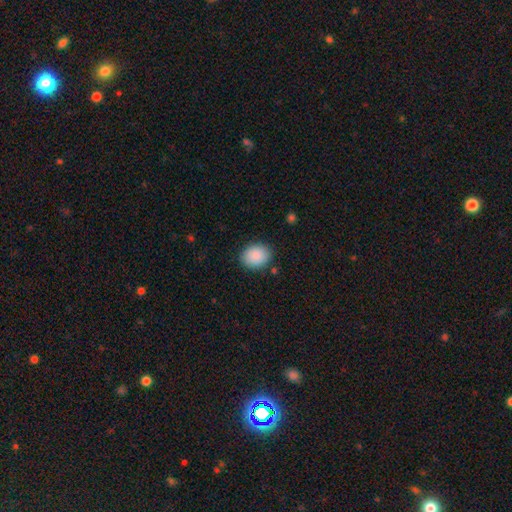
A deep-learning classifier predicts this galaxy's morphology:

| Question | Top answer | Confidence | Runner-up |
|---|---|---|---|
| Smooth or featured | smooth | 90% | star or artifact (7%) |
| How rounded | in between | 59% | round (40%) |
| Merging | none | 86% | minor disturbance (10%) |